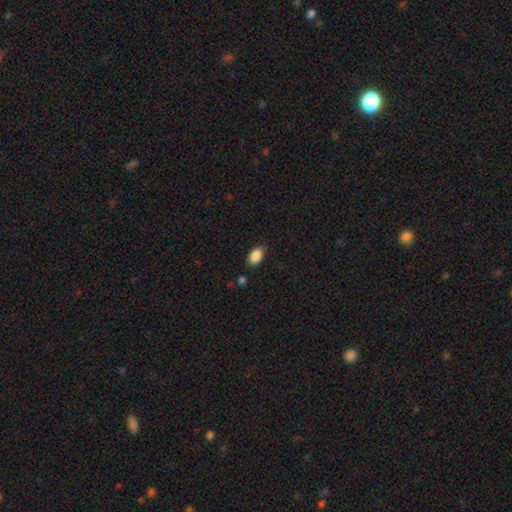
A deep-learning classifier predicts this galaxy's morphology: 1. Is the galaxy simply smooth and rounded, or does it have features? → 89% smooth, 8% star or artifact, 4% featured or disk.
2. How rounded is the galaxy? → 93% in between, 6% round, 2% cigar-shaped.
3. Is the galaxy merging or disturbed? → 83% none, 12% minor disturbance, 3% major disturbance, 2% merger.